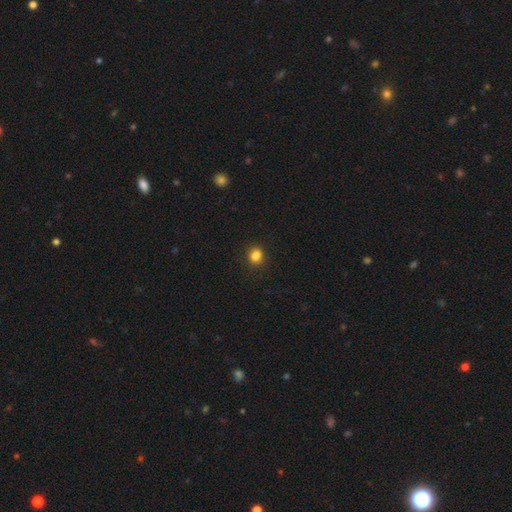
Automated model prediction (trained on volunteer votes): smooth 85%, star or artifact 12%, featured or disk 4%. Down the decision tree: how rounded — round (67%); merging — none (87%).